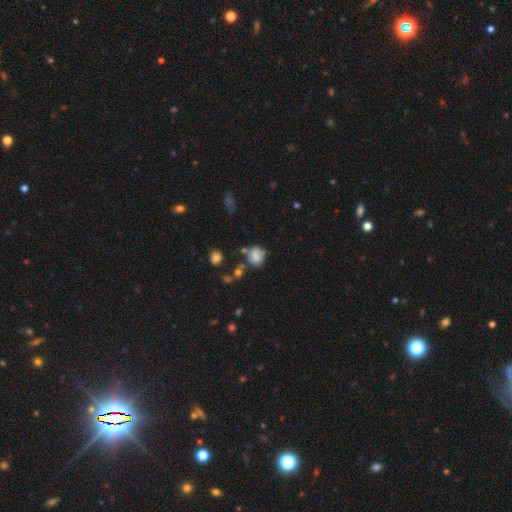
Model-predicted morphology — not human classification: Q: Smooth or featured?
A: smooth (70%); runner-up: featured or disk (19%)
Q: How rounded?
A: round (65%); runner-up: in between (34%)
Q: Merging?
A: none (52%); runner-up: minor disturbance (24%)